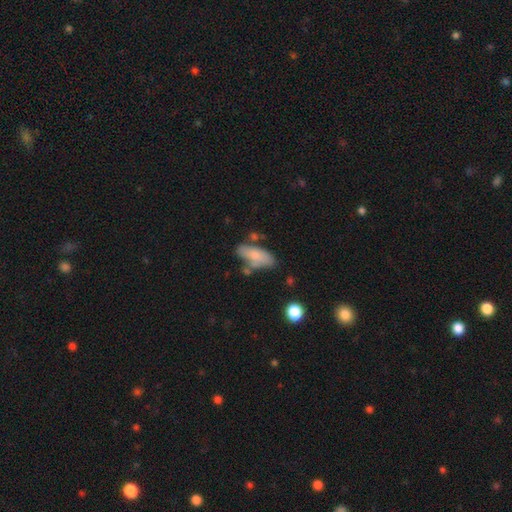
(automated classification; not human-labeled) A smooth galaxy with no disk features (73%) that is in between round and cigar-shaped (81%).

Vote fractions:
- Smooth or featured? smooth: 73% / featured or disk: 20% / star or artifact: 7%
- How rounded? in between: 81% / cigar-shaped: 17% / round: 3%
- Merging? none: 52% / minor disturbance: 24% / merger: 16% / major disturbance: 8%